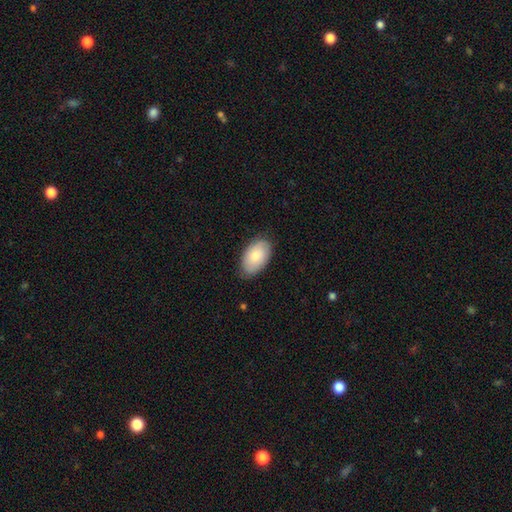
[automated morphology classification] The model was most divided on "merging": none: 79%, minor disturbance: 17%, major disturbance: 3%, merger: 1%. More confident: how rounded — in between (94%); smooth or featured — smooth (81%).